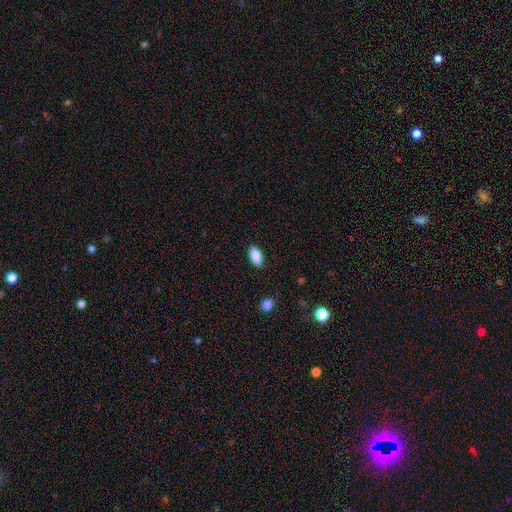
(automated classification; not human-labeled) smooth 89%, star or artifact 7%, featured or disk 4%. Down the decision tree: how rounded — in between (92%); merging — none (86%).